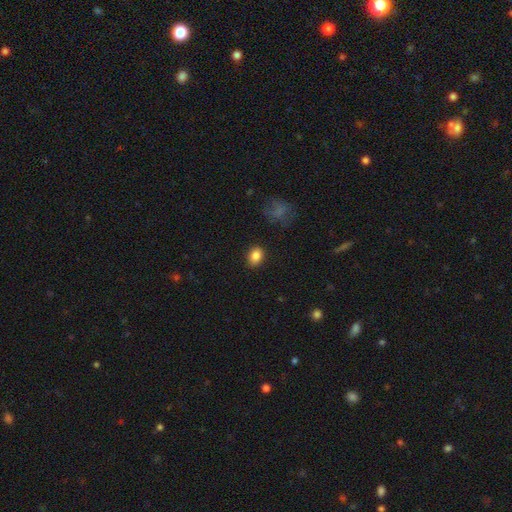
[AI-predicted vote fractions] This is clearly a smooth galaxy (86%). How rounded: likely in between (61%). Merging: clearly none (88%).